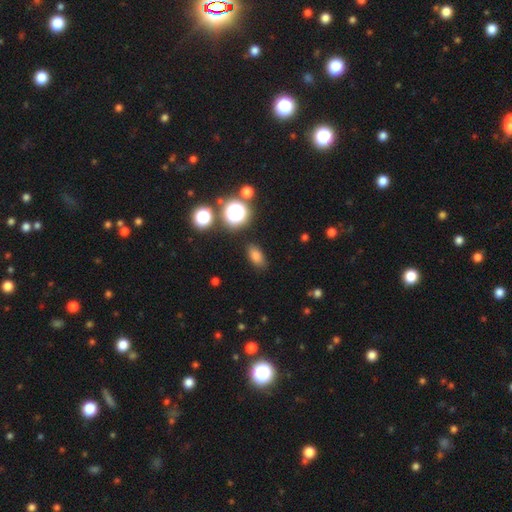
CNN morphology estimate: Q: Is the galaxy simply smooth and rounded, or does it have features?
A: smooth — 77%.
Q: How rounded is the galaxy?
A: in between — 83%.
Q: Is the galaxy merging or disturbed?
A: none — 84%.